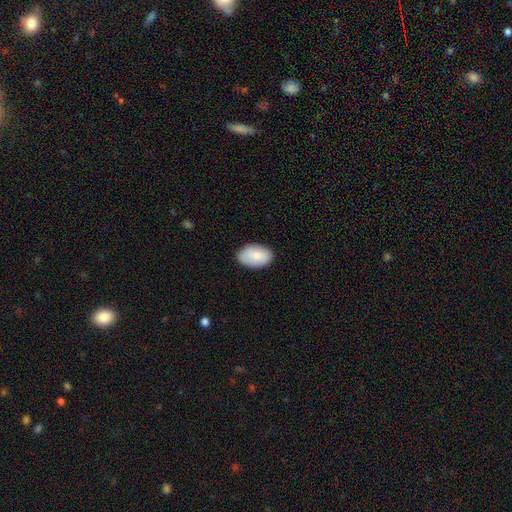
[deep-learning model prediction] Smooth or featured?
  - smooth: 83% *
  - featured or disk: 11%
  - star or artifact: 6%
How rounded?
  - in between: 92% *
  - round: 7%
  - cigar-shaped: 1%
Merging?
  - none: 83% *
  - minor disturbance: 13%
  - major disturbance: 2%
  - merger: 1%